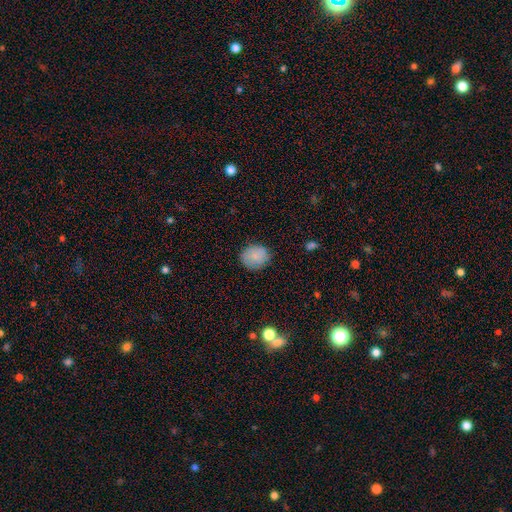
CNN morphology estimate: A smooth galaxy with no disk features (83%) that is round (74%). Merging: none (83%).